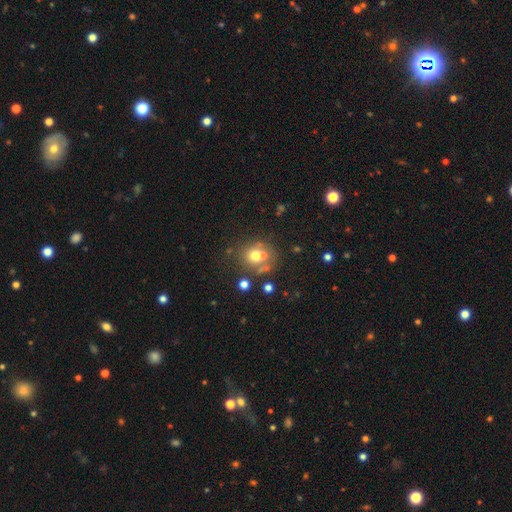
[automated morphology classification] This appears to be a smooth galaxy with no disk features (60%) that is round (80%). Merging: none (49%).